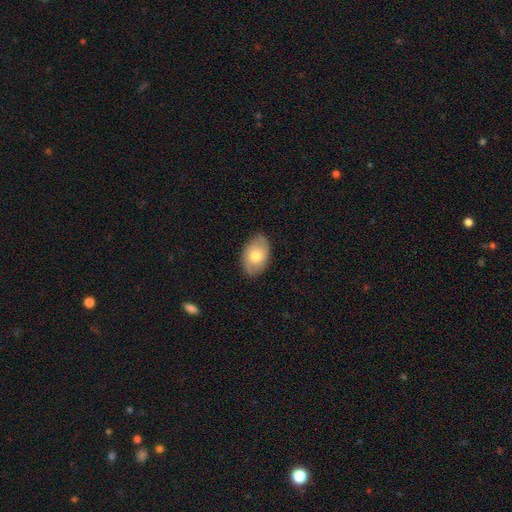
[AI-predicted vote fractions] A smooth galaxy with no disk features (71%) that is in between round and cigar-shaped (88%).

Vote fractions:
- Smooth or featured? smooth: 71% / featured or disk: 22% / star or artifact: 6%
- How rounded? in between: 88% / round: 11% / cigar-shaped: 1%
- Merging? none: 84% / minor disturbance: 13% / major disturbance: 2% / merger: 1%